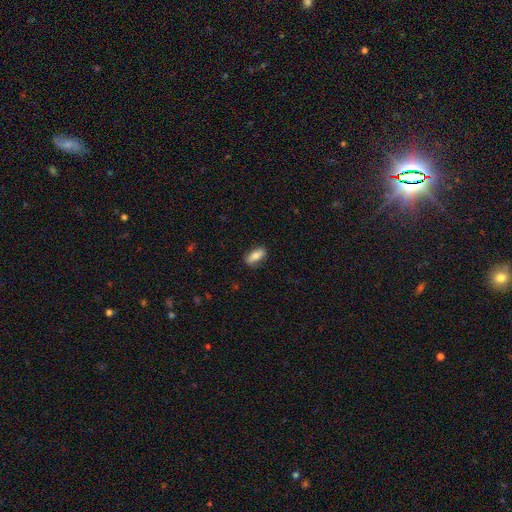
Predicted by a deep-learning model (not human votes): Smooth or featured? smooth (76%)
How rounded? in between (81%)
Merging? none (83%)